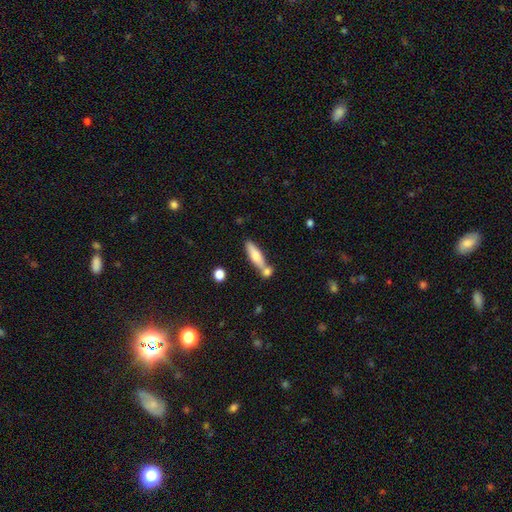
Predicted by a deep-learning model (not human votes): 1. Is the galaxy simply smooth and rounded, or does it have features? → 67% smooth, 27% featured or disk, 6% star or artifact.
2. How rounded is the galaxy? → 67% cigar-shaped, 31% in between, 2% round.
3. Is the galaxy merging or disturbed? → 53% none, 31% merger, 13% minor disturbance, 4% major disturbance.